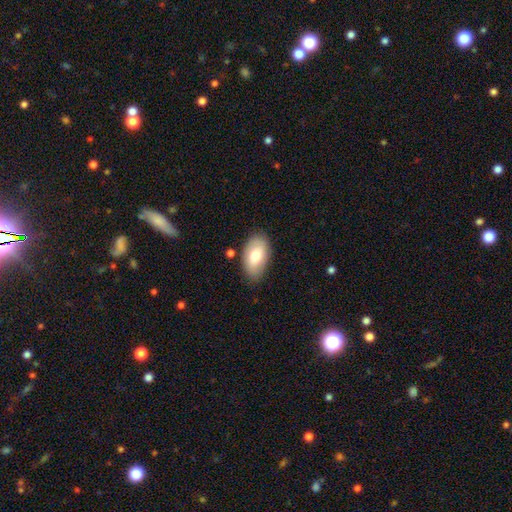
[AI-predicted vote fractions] This is likely a smooth galaxy (73%). How rounded: clearly in between (93%). Merging: clearly none (81%).